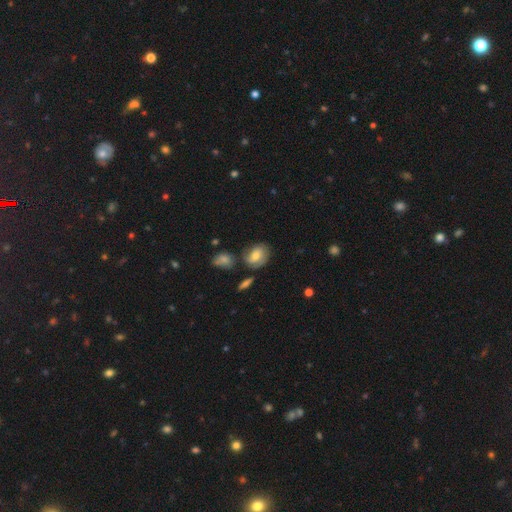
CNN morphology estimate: smooth_or_featured: smooth (p=0.54) [alt: featured or disk p=0.38]
how_rounded: in between (p=0.59) [alt: round p=0.39]
merging: none (p=0.60) [alt: minor disturbance p=0.22]